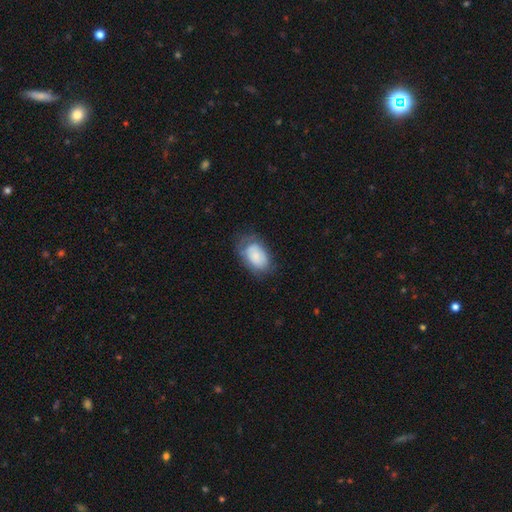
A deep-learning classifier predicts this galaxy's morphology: Smooth or featured: smooth — 73% (featured or disk — 20%)
How rounded: in between — 89% (round — 9%)
Merging: none — 58% (minor disturbance — 27%)